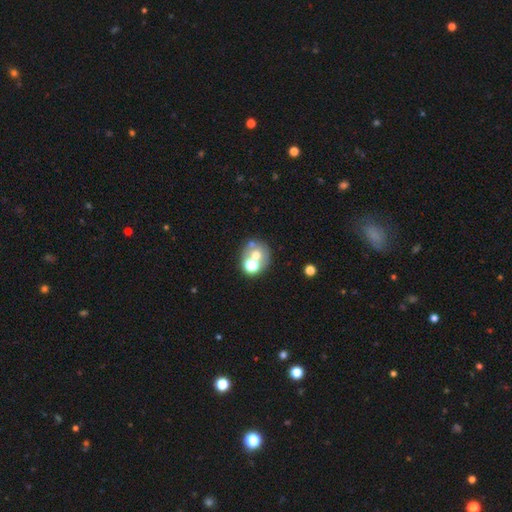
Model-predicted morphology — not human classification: Smooth or featured? smooth (55%)
How rounded? round (76%)
Merging? none (47%)